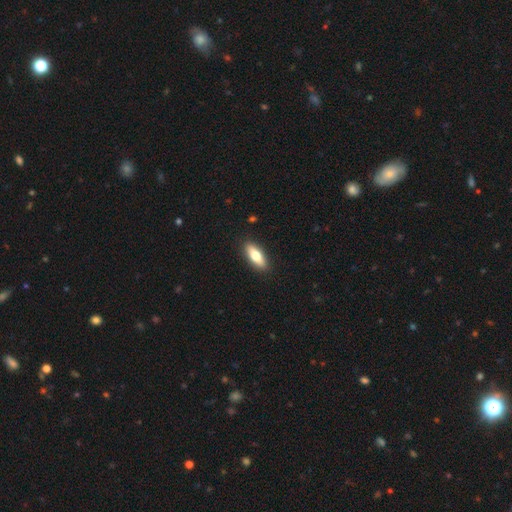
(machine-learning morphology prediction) type=smooth (67%); roundness=in between (65%); merging=none (90%).